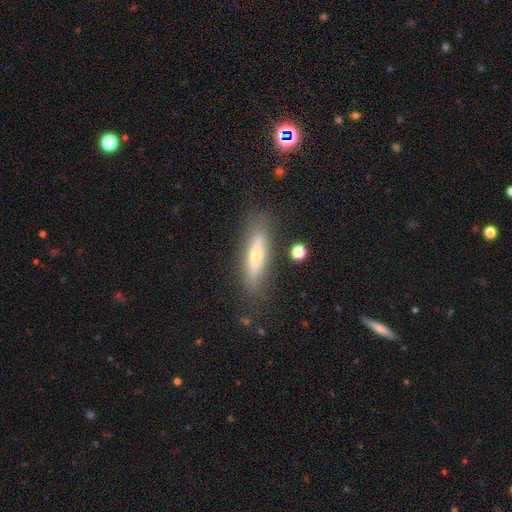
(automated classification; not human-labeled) featured or disk 47%, smooth 45%, star or artifact 8%. Down the decision tree: merging — none (83%).